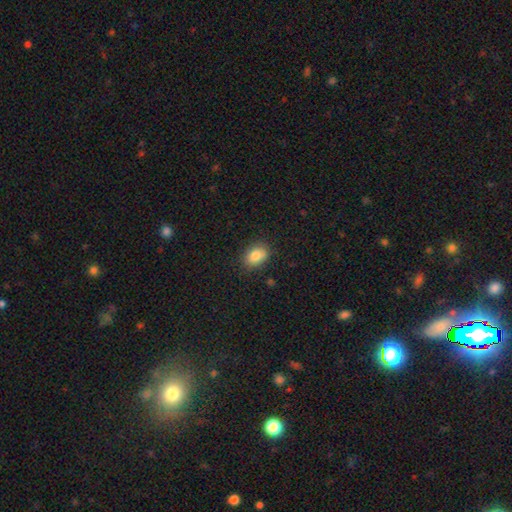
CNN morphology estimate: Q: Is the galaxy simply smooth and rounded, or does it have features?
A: smooth — 83%.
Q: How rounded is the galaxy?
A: in between — 76%.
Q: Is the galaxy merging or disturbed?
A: none — 82%.